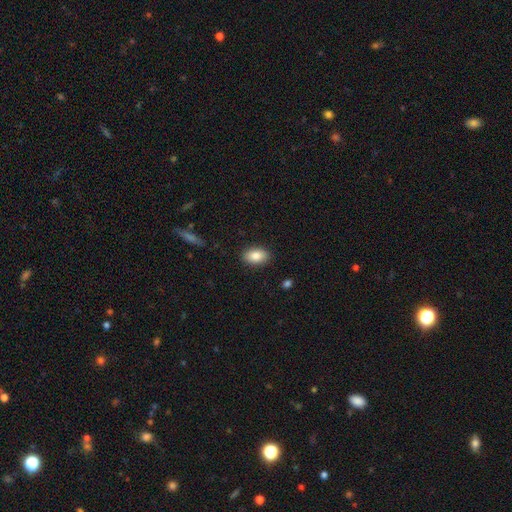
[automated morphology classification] smooth 85%, featured or disk 7%, star or artifact 7%. Down the decision tree: how rounded — in between (91%); merging — none (88%).